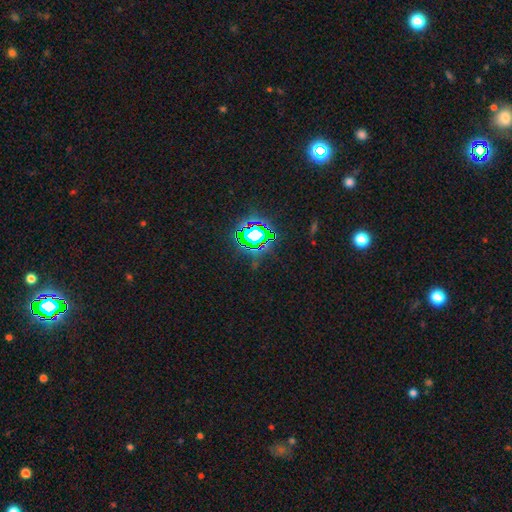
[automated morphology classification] A star or artifact, not a galaxy (81%).